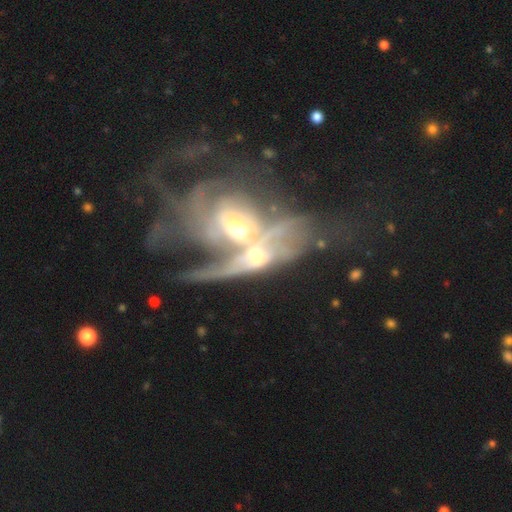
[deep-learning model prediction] Smooth or featured? Predicted: featured or disk (p=0.68). Edge-on disk? Predicted: no (p=0.84). Bar? Predicted: no (p=0.64). Spiral arms? Predicted: yes (p=0.53). Bulge size? Predicted: moderate (p=0.54). Merging? Predicted: merger (p=0.74).